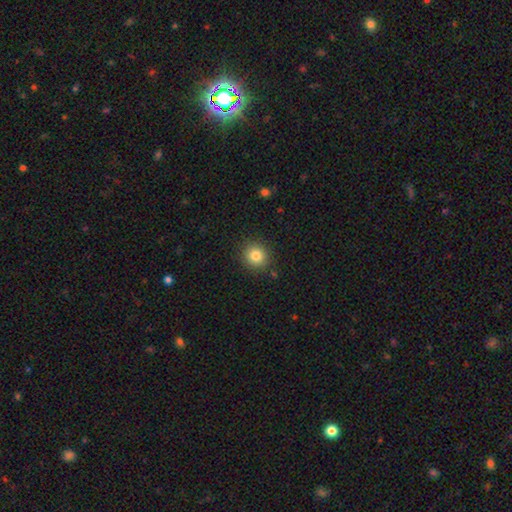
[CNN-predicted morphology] Smooth or featured? Predicted: smooth (p=0.83). How rounded? Predicted: round (p=0.90). Merging? Predicted: none (p=0.89).